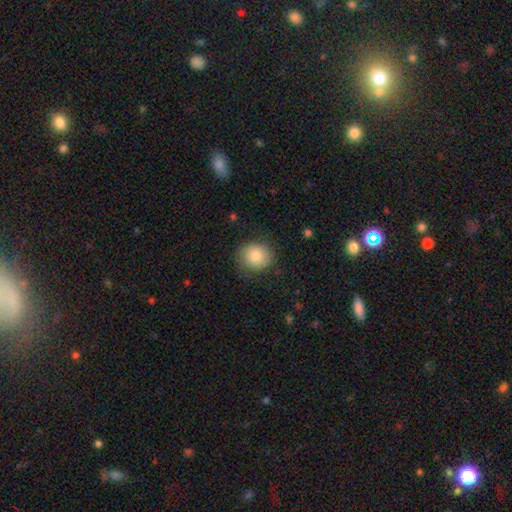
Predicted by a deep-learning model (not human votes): Overall: smooth (82%). How rounded: round (81%). Merging: none (79%).